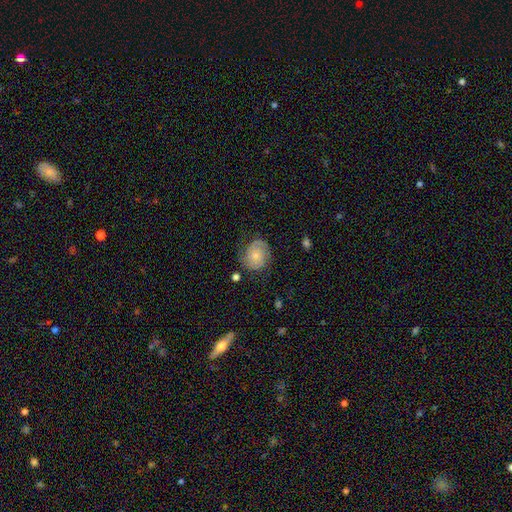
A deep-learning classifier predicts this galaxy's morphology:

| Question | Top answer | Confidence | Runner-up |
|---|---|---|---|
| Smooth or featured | featured or disk | 59% | smooth (34%) |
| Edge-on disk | no | 97% | yes (3%) |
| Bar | no | 79% | weak (18%) |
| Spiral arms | yes | 88% | no (12%) |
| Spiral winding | tight | 57% | medium (31%) |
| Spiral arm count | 2 | 62% | can't tell (20%) |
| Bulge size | small | 55% | moderate (37%) |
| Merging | none | 72% | minor disturbance (19%) |